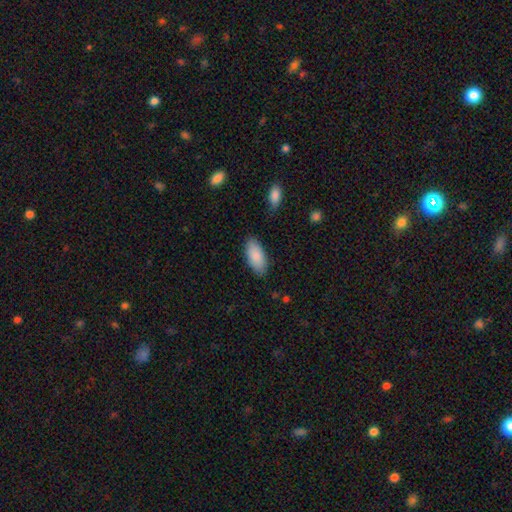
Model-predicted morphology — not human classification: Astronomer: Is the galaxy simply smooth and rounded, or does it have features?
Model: smooth — 88%.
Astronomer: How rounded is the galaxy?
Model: in between — 92%.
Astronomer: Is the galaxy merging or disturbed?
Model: none — 84%.